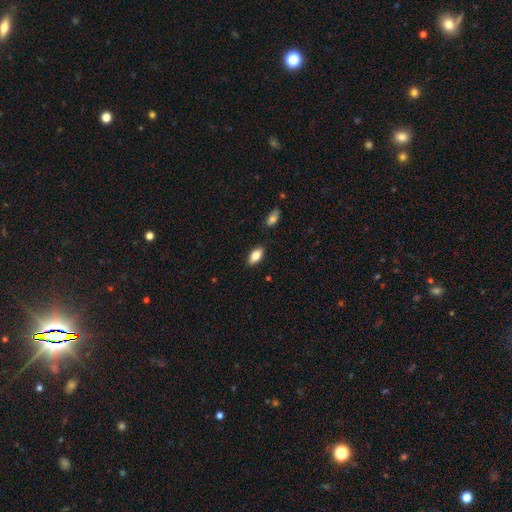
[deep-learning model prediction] smooth-or-featured: smooth: 82% | featured or disk: 11% | star or artifact: 7%
  how-rounded: in between: 89% | cigar-shaped: 7% | round: 3%
  merging: none: 85% | minor disturbance: 11% | major disturbance: 2% | merger: 2%